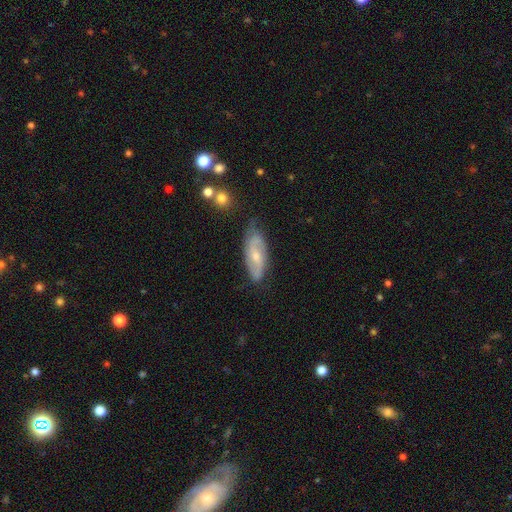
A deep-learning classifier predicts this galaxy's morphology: This appears to be a featured or disk galaxy (69%) with no bar (48%), 2 (80%) medium (42%) spiral arms (89%) and a small central bulge (54%). Merging: none (73%).